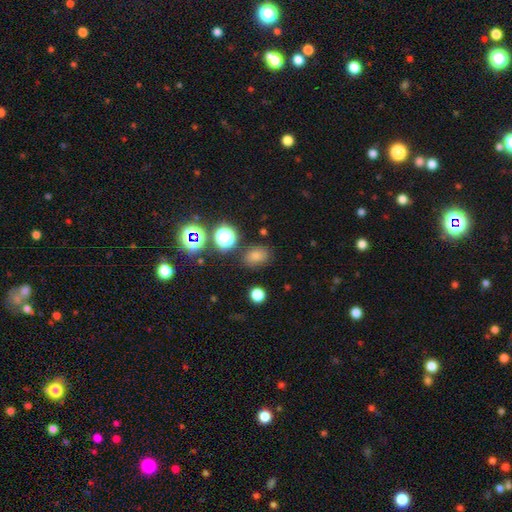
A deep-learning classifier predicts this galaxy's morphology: Q: Smooth or featured?
A: smooth (57%); runner-up: star or artifact (35%)
Q: How rounded?
A: in between (58%); runner-up: round (40%)
Q: Merging?
A: none (82%); runner-up: minor disturbance (11%)